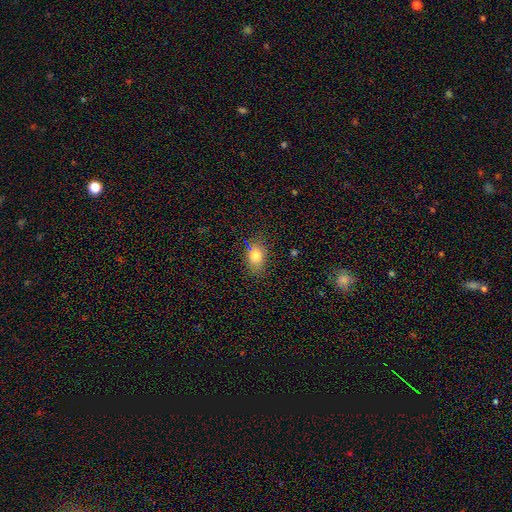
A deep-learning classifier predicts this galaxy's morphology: Smooth or featured?
  - smooth: 78% *
  - star or artifact: 12%
  - featured or disk: 9%
How rounded?
  - in between: 74% *
  - round: 24%
  - cigar-shaped: 2%
Merging?
  - none: 80% *
  - minor disturbance: 14%
  - major disturbance: 4%
  - merger: 2%